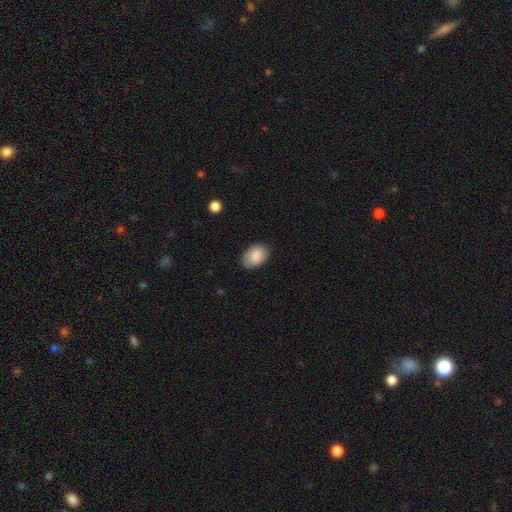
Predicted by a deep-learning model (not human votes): A smooth galaxy with no disk features (86%) that is in between round and cigar-shaped (85%).

Vote fractions:
- Smooth or featured? smooth: 86% / featured or disk: 8% / star or artifact: 6%
- How rounded? in between: 85% / round: 14% / cigar-shaped: 1%
- Merging? none: 80% / minor disturbance: 15% / major disturbance: 3% / merger: 1%